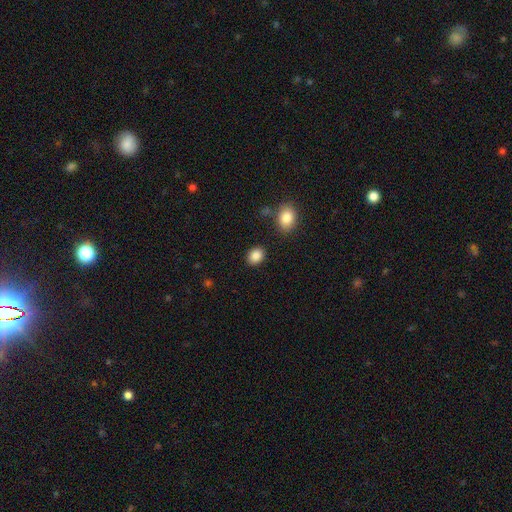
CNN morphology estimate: A smooth galaxy with no disk features (87%) that is in between round and cigar-shaped (57%).

Vote fractions:
- Smooth or featured? smooth: 87% / star or artifact: 9% / featured or disk: 4%
- How rounded? in between: 57% / round: 42% / cigar-shaped: 1%
- Merging? none: 86% / minor disturbance: 9% / merger: 3% / major disturbance: 3%